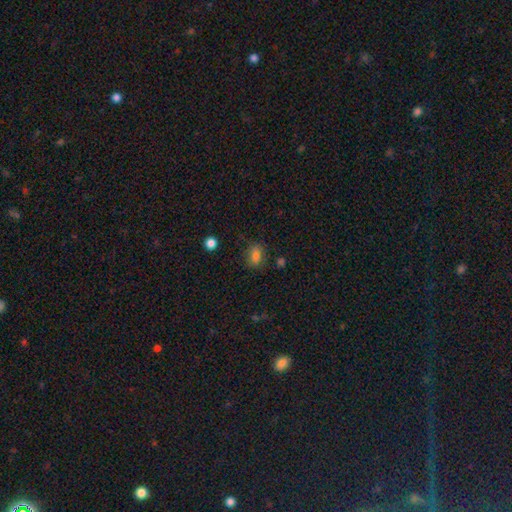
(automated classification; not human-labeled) This appears to be a smooth galaxy with no disk features (81%) that is in between round and cigar-shaped (77%). Merging: none (75%).